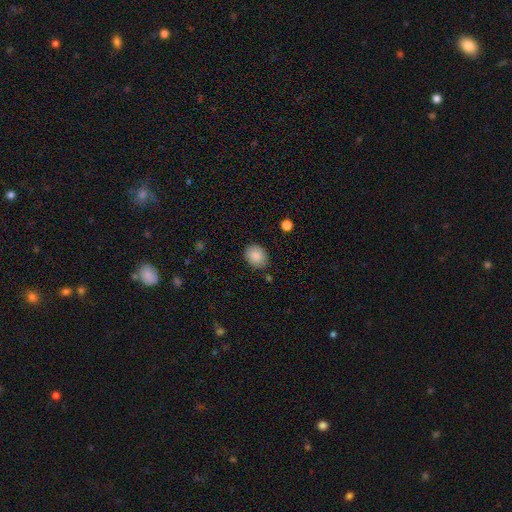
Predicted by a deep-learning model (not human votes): The model was most divided on "how rounded": round: 51%, in between: 49%, cigar-shaped: 1%. More confident: smooth or featured — smooth (88%); merging — none (84%).